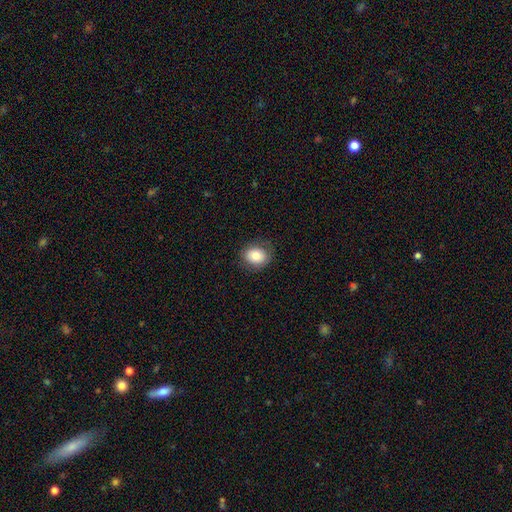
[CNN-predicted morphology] type=smooth (82%); roundness=round (59%); merging=none (84%).